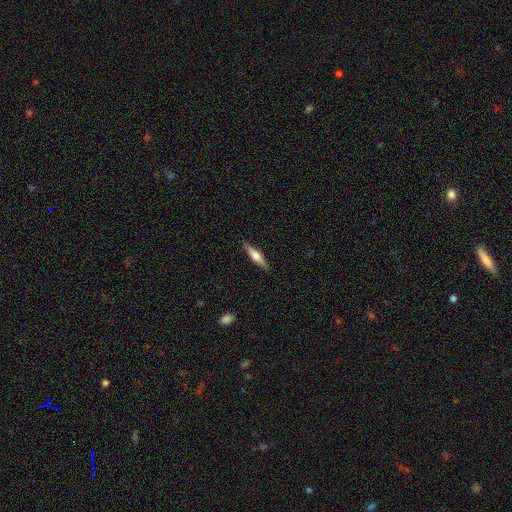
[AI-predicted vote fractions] A featured or disk galaxy (50%). Merging: none (88%).